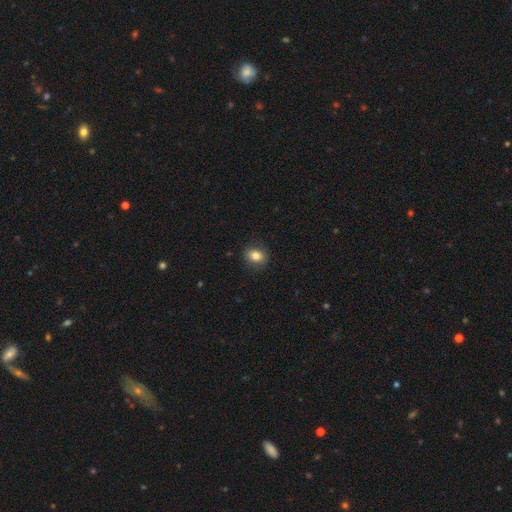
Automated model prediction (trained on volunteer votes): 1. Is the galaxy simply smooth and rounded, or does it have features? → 82% smooth, 10% star or artifact, 8% featured or disk.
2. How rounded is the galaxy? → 52% round, 47% in between, 1% cigar-shaped.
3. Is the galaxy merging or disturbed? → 86% none, 10% minor disturbance, 3% major disturbance, 1% merger.